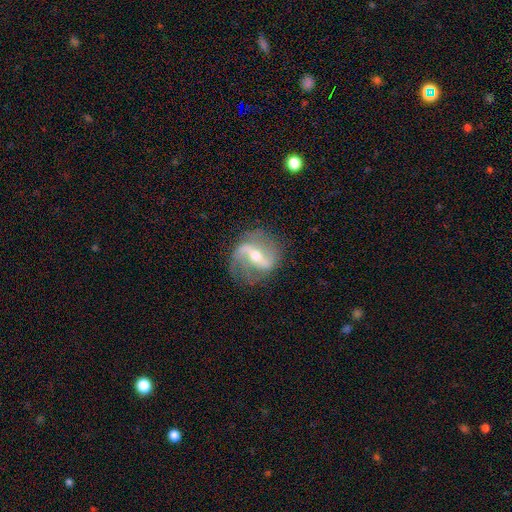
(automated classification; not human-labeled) featured or disk 86%, smooth 7%, star or artifact 6%. Down the decision tree: edge-on disk — no (94%); bar — strong (61%); spiral arms — yes (90%); spiral arm count — 2 (87%); spiral winding — loose (62%); bulge size — moderate (55%); merging — none (75%).